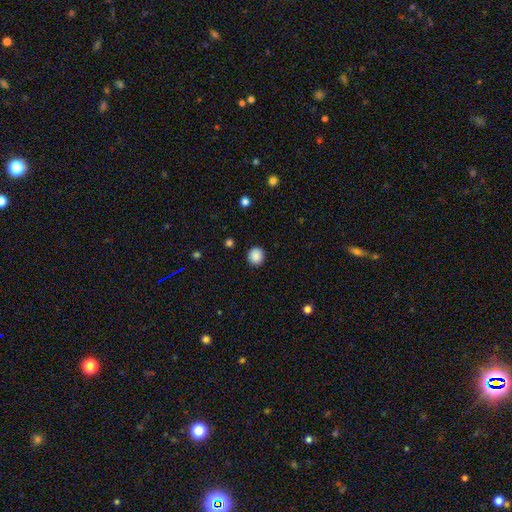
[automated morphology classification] Smooth or featured?
  - smooth: 88% *
  - star or artifact: 9%
  - featured or disk: 3%
How rounded?
  - round: 88% *
  - in between: 11%
  - cigar-shaped: 1%
Merging?
  - none: 90% *
  - minor disturbance: 6%
  - major disturbance: 2%
  - merger: 1%